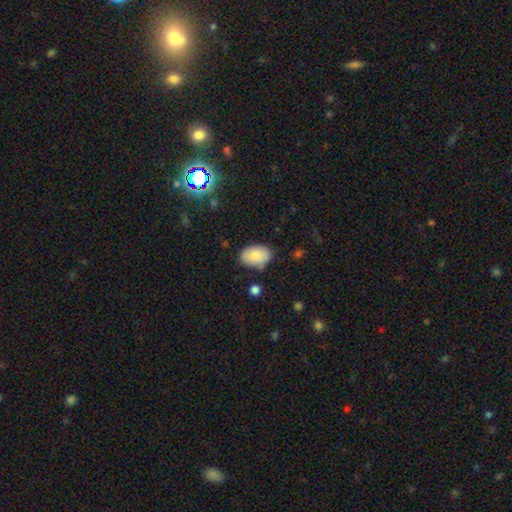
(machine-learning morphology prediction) smooth_or_featured: smooth (p=0.85) [alt: featured or disk p=0.09]
how_rounded: in between (p=0.89) [alt: round p=0.10]
merging: none (p=0.77) [alt: minor disturbance p=0.17]